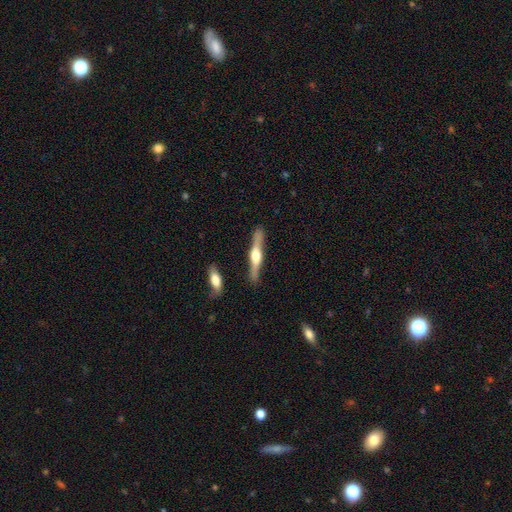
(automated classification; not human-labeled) A featured or disk galaxy (71%) viewed edge-on (97%) with a rounded central bulge (90%).

Vote fractions:
- Smooth or featured? featured or disk: 71% / smooth: 24% / star or artifact: 5%
- Edge-on disk? yes: 97% / no: 3%
- Edge-on bulge? rounded: 90% / boxy: 7% / none: 3%
- Merging? none: 85% / minor disturbance: 10% / merger: 3% / major disturbance: 2%